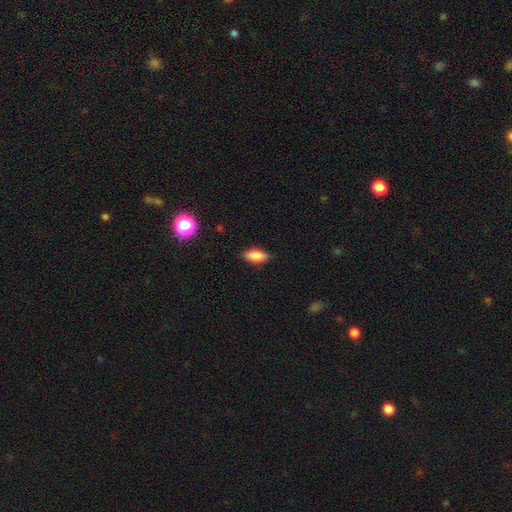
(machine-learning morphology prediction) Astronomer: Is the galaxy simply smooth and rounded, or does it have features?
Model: smooth — 84%.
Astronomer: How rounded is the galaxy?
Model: in between — 85%.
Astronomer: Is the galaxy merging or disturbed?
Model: none — 86%.